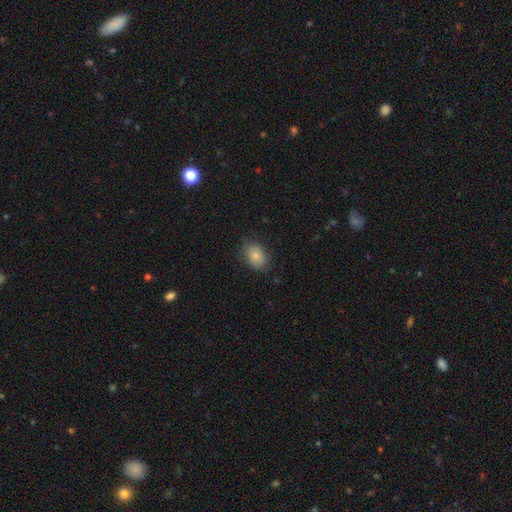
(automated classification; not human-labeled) A smooth galaxy with no disk features (82%) that is in between round and cigar-shaped (75%).

Vote fractions:
- Smooth or featured? smooth: 82% / featured or disk: 10% / star or artifact: 8%
- How rounded? in between: 75% / round: 24% / cigar-shaped: 1%
- Merging? none: 80% / minor disturbance: 16% / major disturbance: 4% / merger: 1%